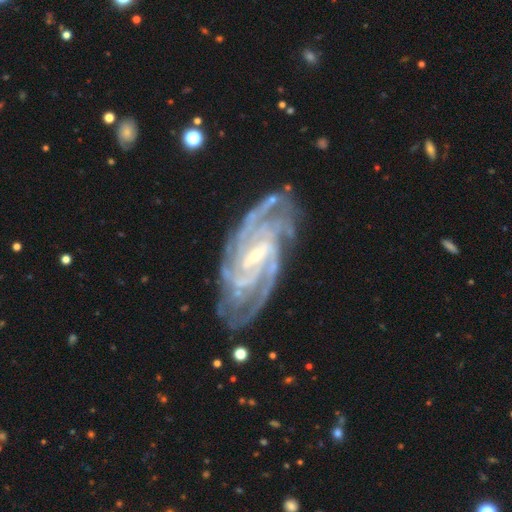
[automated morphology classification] The model was most divided on "spiral arm count": 4: 29%, 3: 20%, can't tell: 18%, 2: 15%, more than 4: 10%, 1: 8%. Remaining: spiral arms — yes (98%); edge-on disk — no (95%); smooth or featured — featured or disk (92%); merging — none (78%); bulge size — small (67%); spiral winding — tight (63%); bar — weak (46%).